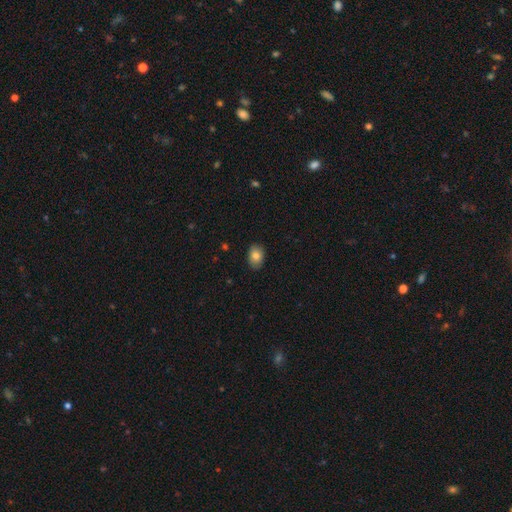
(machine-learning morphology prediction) A smooth galaxy with no disk features (81%) that is in between round and cigar-shaped (79%).

Vote fractions:
- Smooth or featured? smooth: 81% / featured or disk: 11% / star or artifact: 8%
- How rounded? in between: 79% / round: 20% / cigar-shaped: 1%
- Merging? none: 86% / minor disturbance: 11% / major disturbance: 2% / merger: 1%